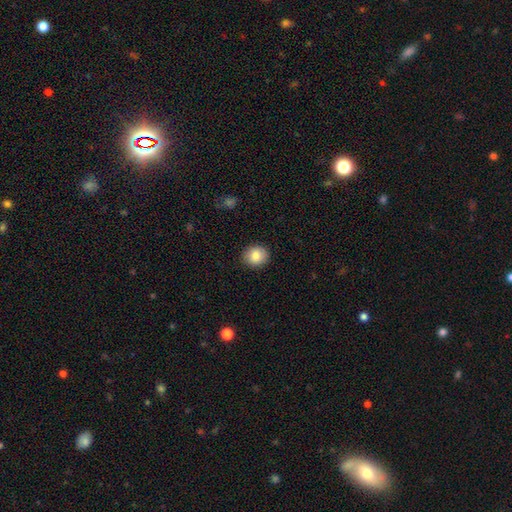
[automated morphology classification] Q: Smooth or featured?
A: smooth (85%); runner-up: star or artifact (8%)
Q: How rounded?
A: round (74%); runner-up: in between (25%)
Q: Merging?
A: none (89%); runner-up: minor disturbance (8%)